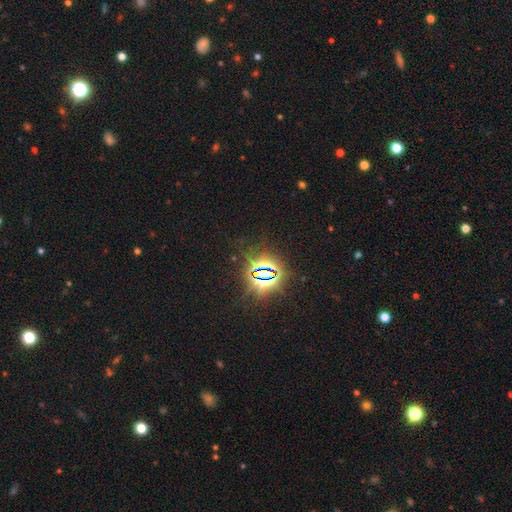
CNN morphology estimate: Overall: star or artifact (84%).